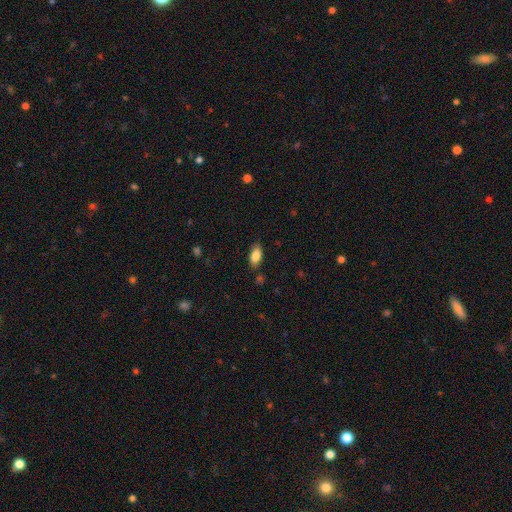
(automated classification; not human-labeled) A smooth galaxy with no disk features (85%) that is in between round and cigar-shaped (90%).

Vote fractions:
- Smooth or featured? smooth: 85% / star or artifact: 7% / featured or disk: 7%
- How rounded? in between: 90% / cigar-shaped: 7% / round: 3%
- Merging? none: 82% / minor disturbance: 13% / major disturbance: 3% / merger: 2%